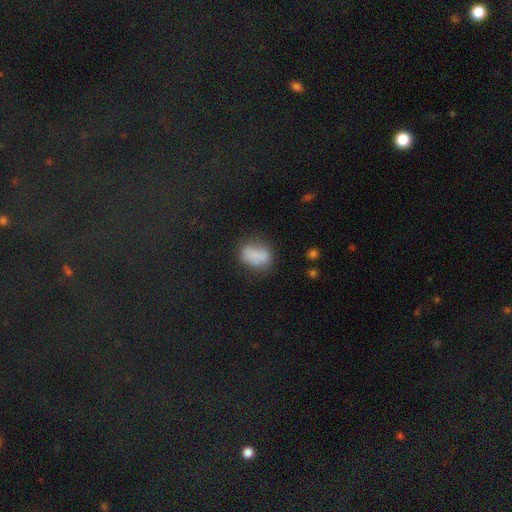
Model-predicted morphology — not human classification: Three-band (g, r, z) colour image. It shows a smooth galaxy with no disk features (76%) that is in between round and cigar-shaped (79%). Merging: none (57%).